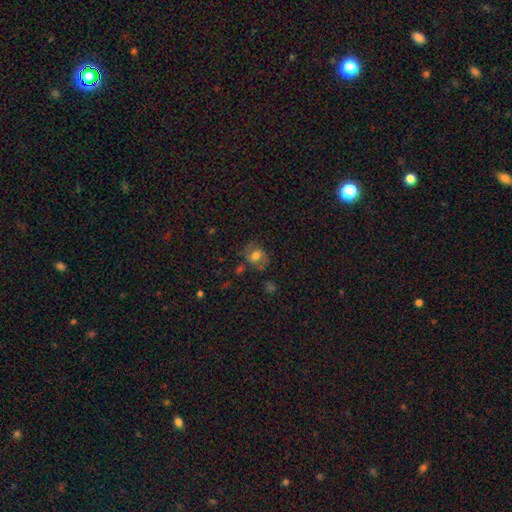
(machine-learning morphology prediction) Smooth or featured? smooth (61%)
How rounded? in between (51%)
Merging? none (65%)